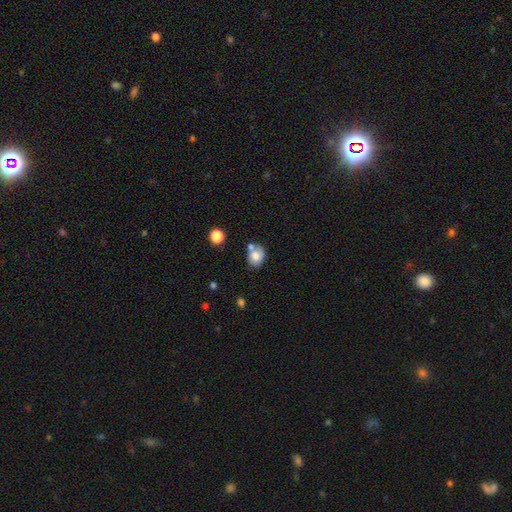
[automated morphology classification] Overall: smooth (74%). How rounded: round (53%; in between 46%). Merging: none (46%; merger 28%).